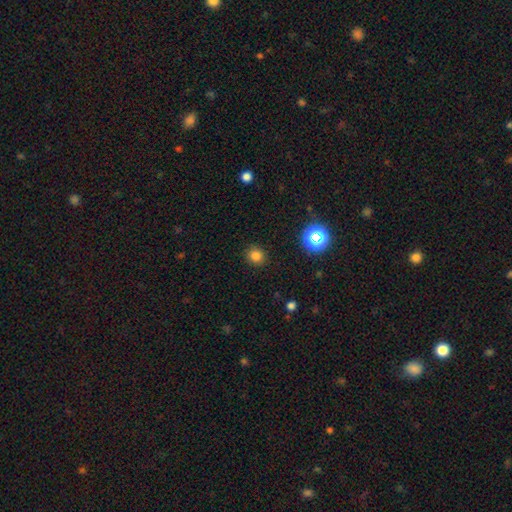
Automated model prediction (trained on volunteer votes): Morphology: type=smooth (80%); roundness=round (86%); merging=none (89%).